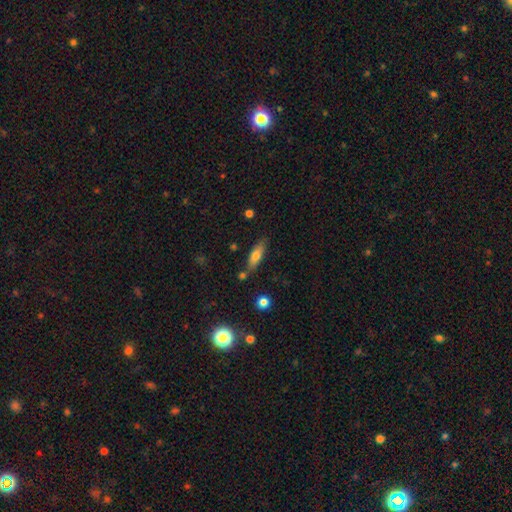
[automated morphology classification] smooth 69%, featured or disk 24%, star or artifact 7%. Down the decision tree: how rounded — in between (54%); merging — none (74%).